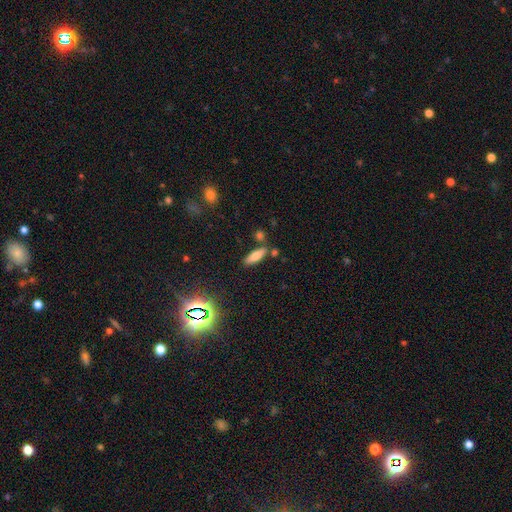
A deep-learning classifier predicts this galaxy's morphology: This appears to be a smooth galaxy with no disk features (75%) that is in between round and cigar-shaped (52%). Merging: none (73%).